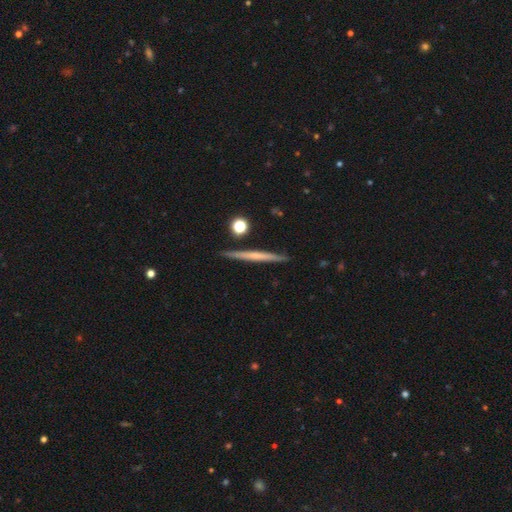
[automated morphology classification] Smooth or featured? featured or disk (53%)
Edge-on disk? yes (97%)
Edge-on bulge? none (79%)
Merging? none (90%)